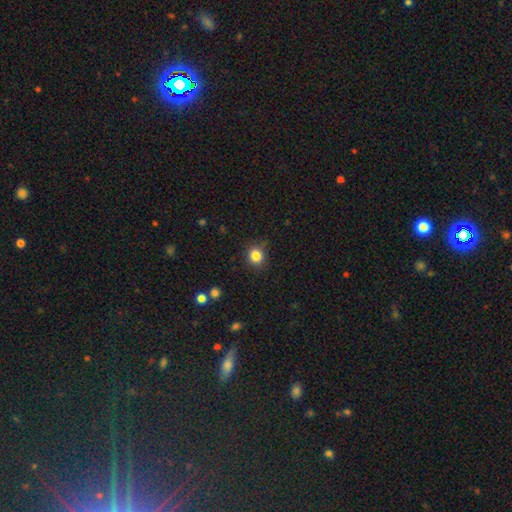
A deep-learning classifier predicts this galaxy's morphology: The model was most divided on "how rounded": round: 84%, in between: 15%, cigar-shaped: 1%. More confident: merging — none (86%); smooth or featured — smooth (83%).